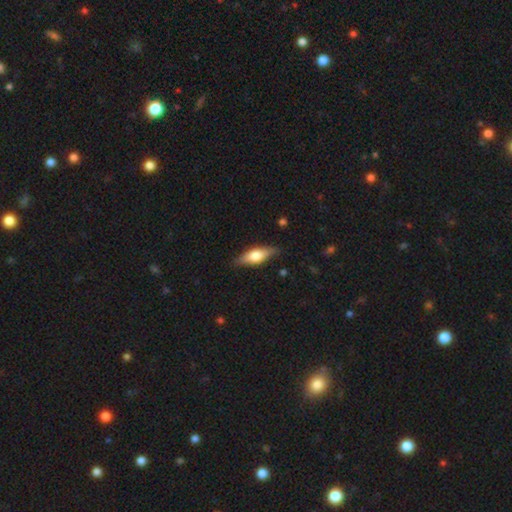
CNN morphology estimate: Smooth or featured? Predicted: smooth (p=0.52). How rounded? Predicted: in between (p=0.58). Merging? Predicted: none (p=0.84).